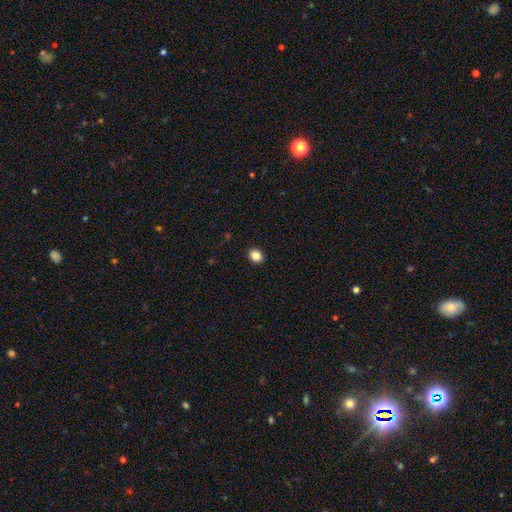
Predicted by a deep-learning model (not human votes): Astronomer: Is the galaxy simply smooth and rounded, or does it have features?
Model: smooth — 85%.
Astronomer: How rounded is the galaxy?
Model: round — 55% (runner-up: in between, 44%).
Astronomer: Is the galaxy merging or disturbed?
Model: none — 91%.